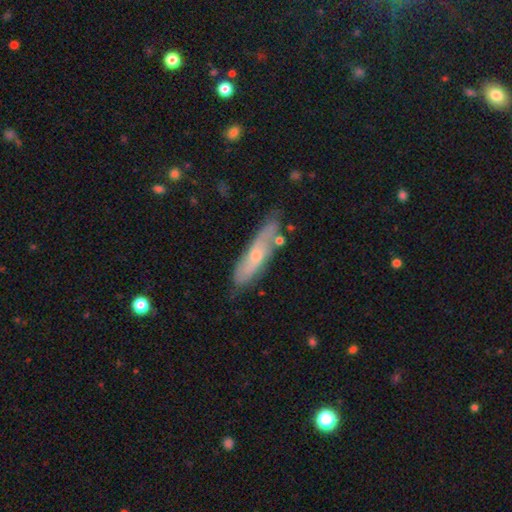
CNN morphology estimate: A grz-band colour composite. It shows a featured or disk galaxy (49%). Merging: none (67%).